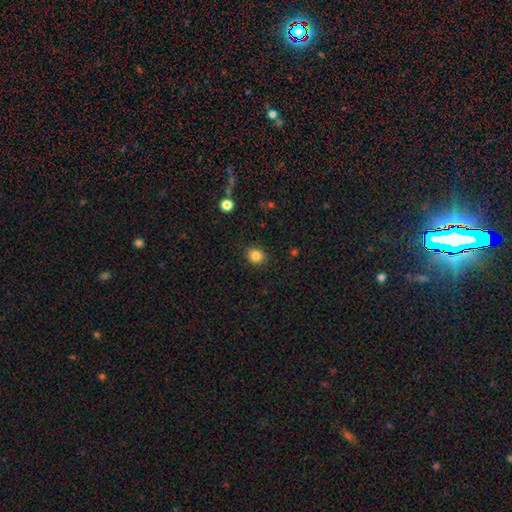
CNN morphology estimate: Smooth or featured? smooth (85%)
How rounded? round (70%)
Merging? none (88%)